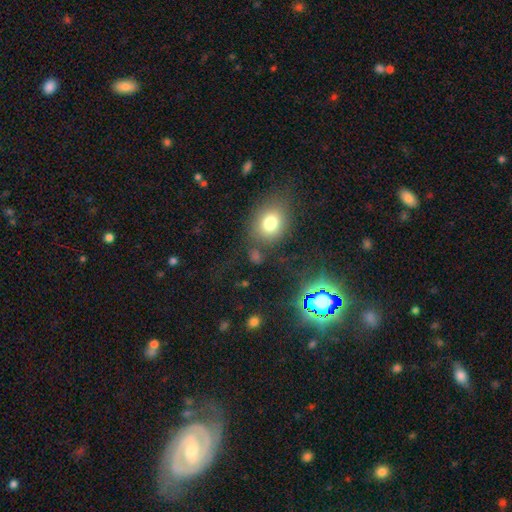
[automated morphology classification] Smooth or featured? smooth (67%)
How rounded? round (61%)
Merging? none (75%)